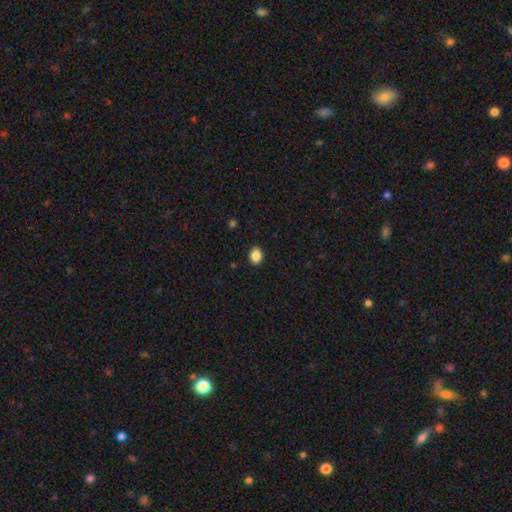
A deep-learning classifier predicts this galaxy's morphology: Overall: smooth (88%). How rounded: in between (52%; round 47%). Merging: none (91%).